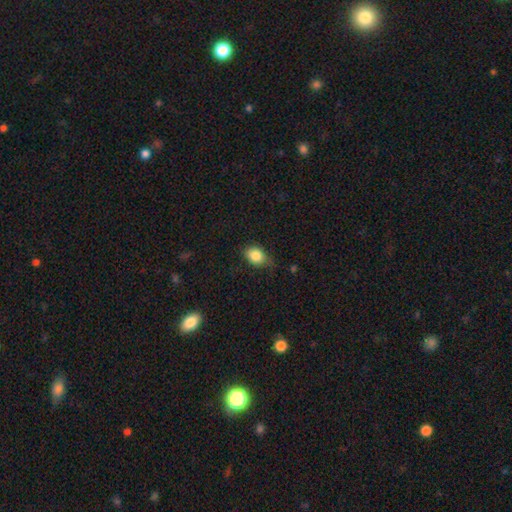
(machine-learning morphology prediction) Overall: smooth (83%). How rounded: in between (63%; round 36%). Merging: none (61%; minor disturbance 30%).